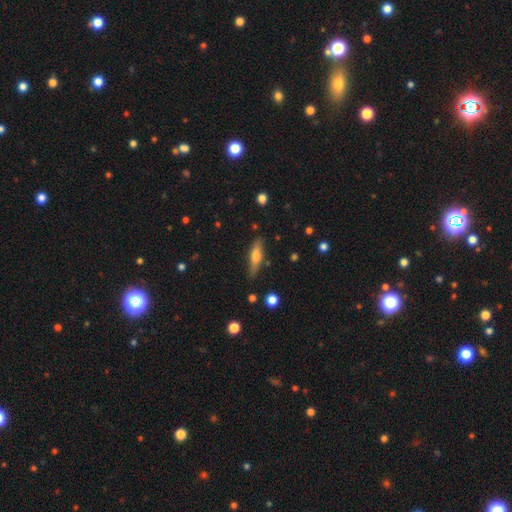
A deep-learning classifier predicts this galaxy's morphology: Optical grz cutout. It shows a smooth galaxy with no disk features (52%) that is cigar-shaped (65%). Merging: none (78%).